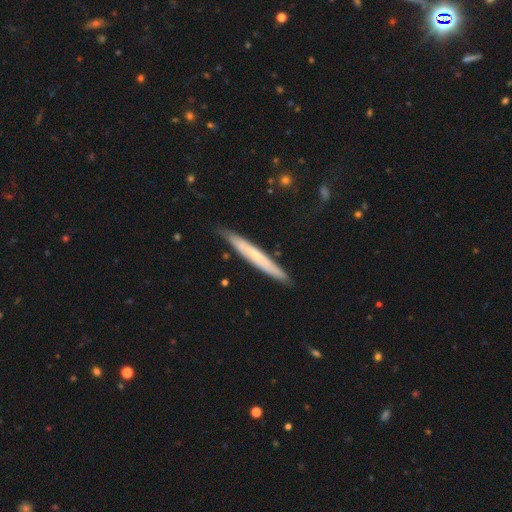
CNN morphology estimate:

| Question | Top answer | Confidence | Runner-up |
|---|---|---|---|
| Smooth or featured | featured or disk | 52% | smooth (43%) |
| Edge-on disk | yes | 86% | no (14%) |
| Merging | none | 82% | minor disturbance (14%) |